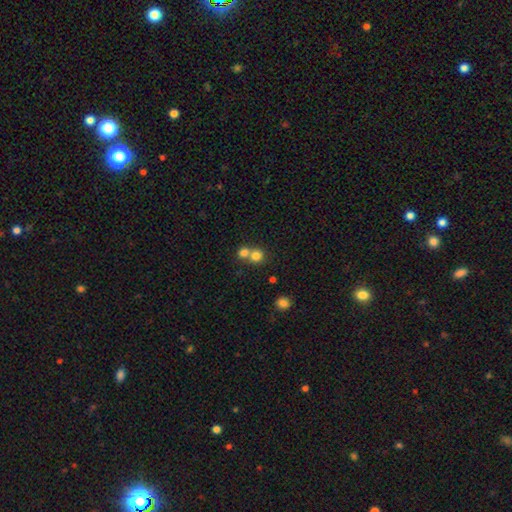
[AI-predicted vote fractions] Smooth or featured?
  - smooth: 78% *
  - star or artifact: 12%
  - featured or disk: 10%
How rounded?
  - round: 86% *
  - in between: 13%
  - cigar-shaped: 1%
Merging?
  - merger: 51% *
  - none: 42%
  - minor disturbance: 5%
  - major disturbance: 2%